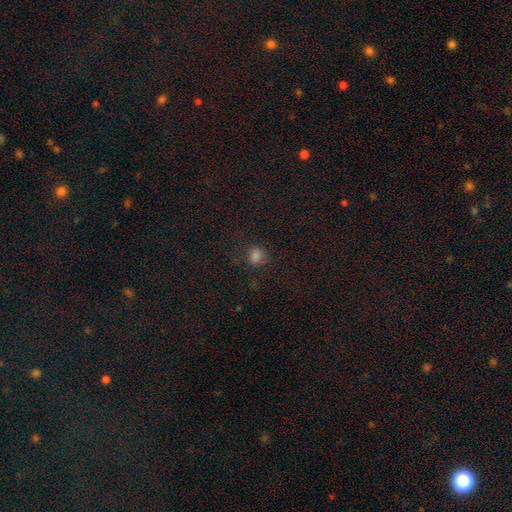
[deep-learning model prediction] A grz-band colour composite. It shows a smooth galaxy with no disk features (74%) that is round (76%). Merging: none (72%).